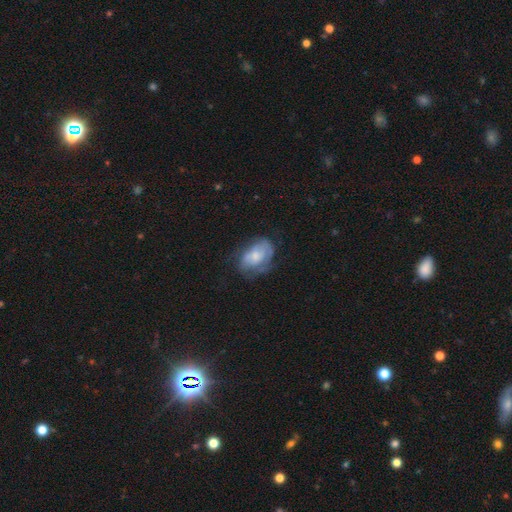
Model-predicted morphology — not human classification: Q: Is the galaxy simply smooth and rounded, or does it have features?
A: smooth — 47%.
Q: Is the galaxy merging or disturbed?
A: none — 46%.